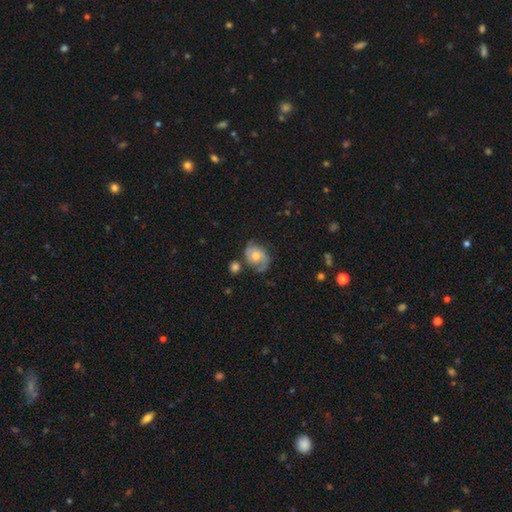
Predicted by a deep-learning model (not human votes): Smooth or featured? Predicted: featured or disk (p=0.64). Edge-on disk? Predicted: no (p=0.97). Bar? Predicted: no (p=0.71). Spiral arms? Predicted: yes (p=0.87). Spiral winding? Predicted: medium (p=0.44). Spiral arm count? Predicted: 2 (p=0.65). Bulge size? Predicted: moderate (p=0.67). Merging? Predicted: none (p=0.56).